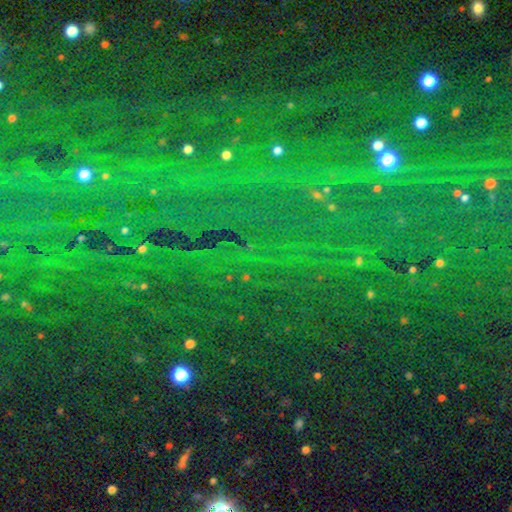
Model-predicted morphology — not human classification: A star or artifact, not a galaxy (86%).